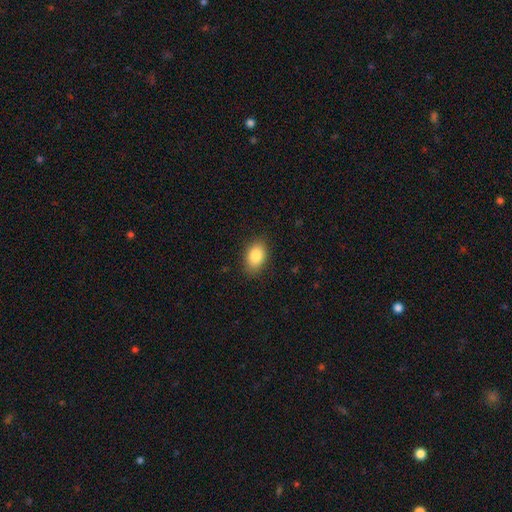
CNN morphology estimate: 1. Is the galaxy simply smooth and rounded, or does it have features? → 86% smooth, 8% star or artifact, 6% featured or disk.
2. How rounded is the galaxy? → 84% in between, 15% round, 1% cigar-shaped.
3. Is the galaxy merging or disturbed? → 85% none, 11% minor disturbance, 3% major disturbance, 1% merger.